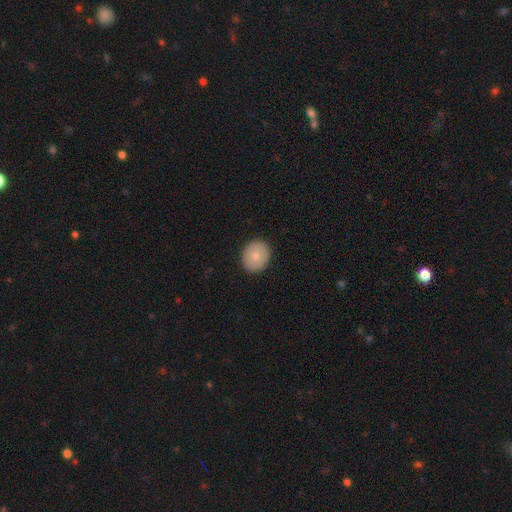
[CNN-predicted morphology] Smooth or featured: smooth — 80% (featured or disk — 13%)
How rounded: round — 71% (in between — 28%)
Merging: none — 90% (minor disturbance — 7%)